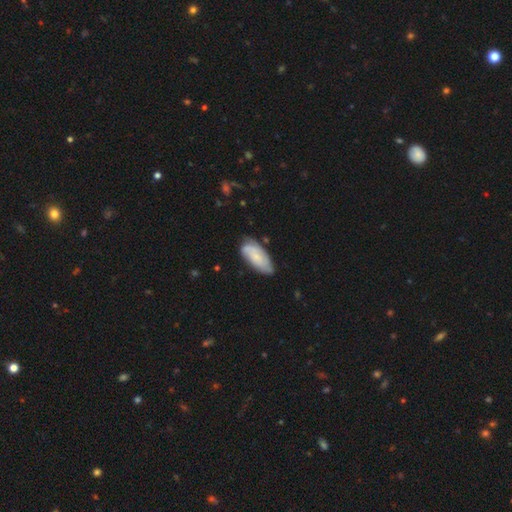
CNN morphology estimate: A smooth galaxy with no disk features (56%) that is in between round and cigar-shaped (85%).

Vote fractions:
- Smooth or featured? smooth: 56% / featured or disk: 37% / star or artifact: 6%
- How rounded? in between: 85% / cigar-shaped: 13% / round: 2%
- Merging? none: 63% / minor disturbance: 29% / major disturbance: 6% / merger: 3%